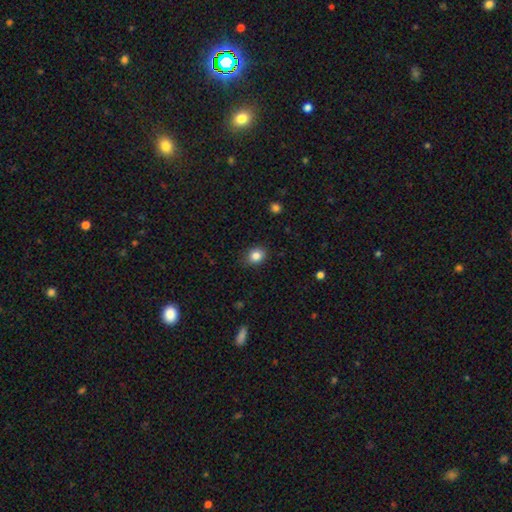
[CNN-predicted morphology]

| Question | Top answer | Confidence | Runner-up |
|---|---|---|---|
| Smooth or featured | smooth | 84% | star or artifact (10%) |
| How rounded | round | 53% | in between (46%) |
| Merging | none | 85% | minor disturbance (12%) |